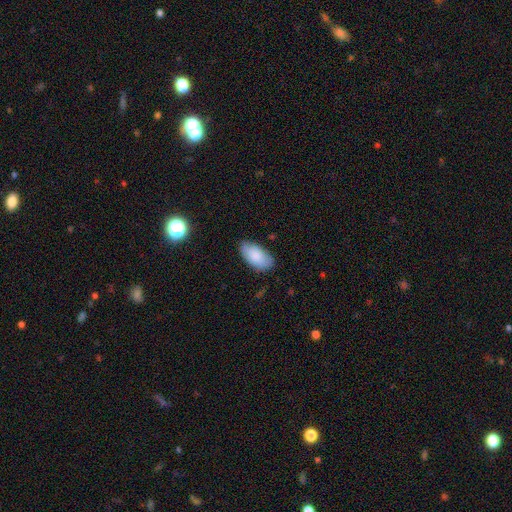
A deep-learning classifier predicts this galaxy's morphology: This appears to be a smooth galaxy with no disk features (85%) that is in between round and cigar-shaped (95%). Merging: none (78%).